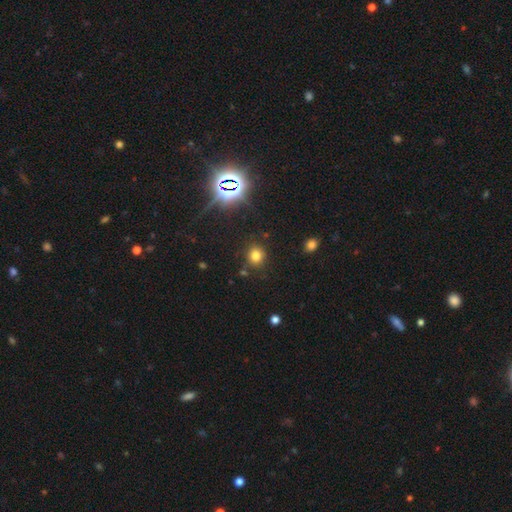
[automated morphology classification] Smooth or featured?
  - smooth: 75% *
  - star or artifact: 18%
  - featured or disk: 7%
How rounded?
  - round: 83% *
  - in between: 16%
  - cigar-shaped: 1%
Merging?
  - none: 83% *
  - minor disturbance: 9%
  - merger: 4%
  - major disturbance: 3%